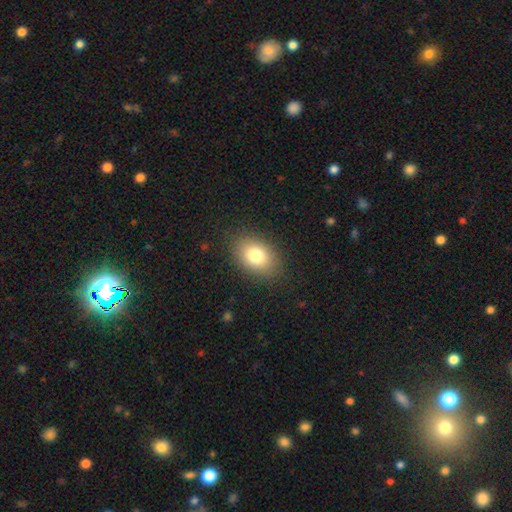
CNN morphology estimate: Smooth or featured? Predicted: smooth (p=0.79). How rounded? Predicted: in between (p=0.80). Merging? Predicted: none (p=0.85).